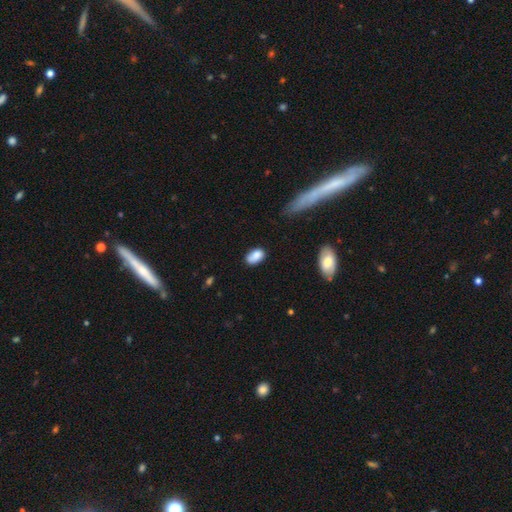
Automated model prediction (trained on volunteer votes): A smooth galaxy with no disk features (83%) that is in between round and cigar-shaped (89%). Merging: none (64%).